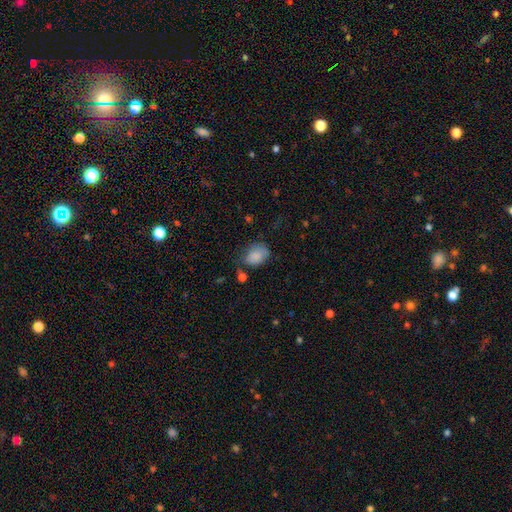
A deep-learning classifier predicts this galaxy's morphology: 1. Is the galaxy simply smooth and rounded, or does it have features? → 83% smooth, 8% star or artifact, 8% featured or disk.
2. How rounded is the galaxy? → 69% in between, 30% round, 1% cigar-shaped.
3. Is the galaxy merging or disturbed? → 50% none, 32% minor disturbance, 12% major disturbance, 5% merger.